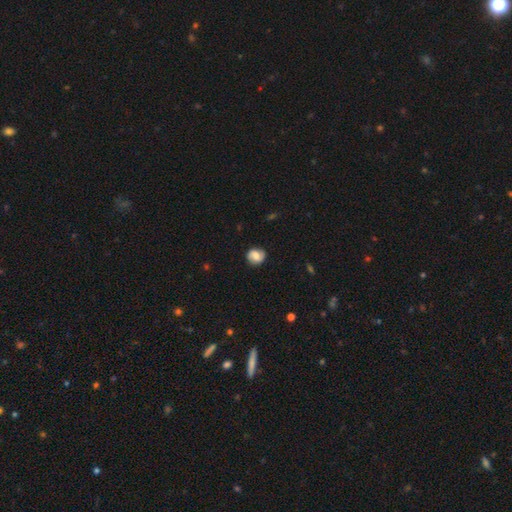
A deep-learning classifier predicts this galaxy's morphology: A smooth galaxy with no disk features (62%) that is round (76%). Merging: none (84%).